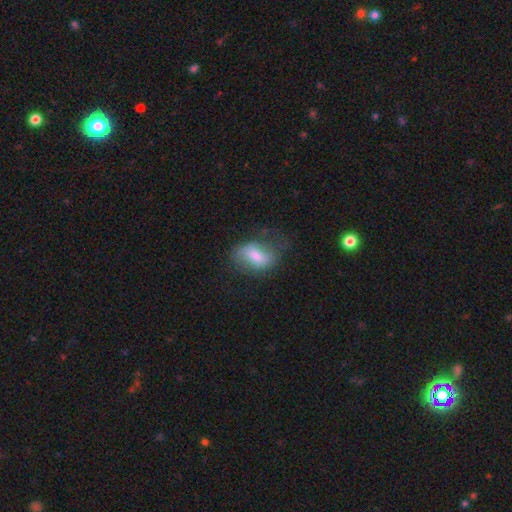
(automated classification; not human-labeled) Smooth or featured? Predicted: smooth (p=0.60). How rounded? Predicted: in between (p=0.83). Merging? Predicted: none (p=0.54).